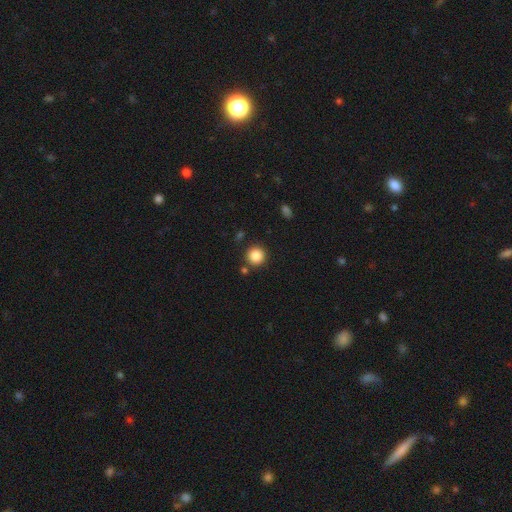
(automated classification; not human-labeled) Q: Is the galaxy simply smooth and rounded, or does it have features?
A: smooth — 86%.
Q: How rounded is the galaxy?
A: round — 94%.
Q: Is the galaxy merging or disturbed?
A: none — 86%.